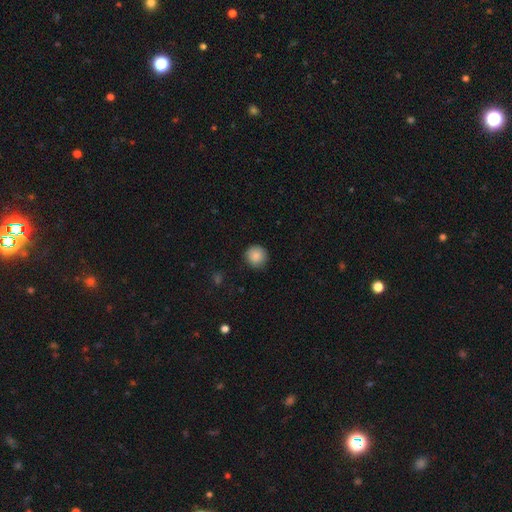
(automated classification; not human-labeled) Q: Smooth or featured?
A: smooth (87%); runner-up: star or artifact (9%)
Q: How rounded?
A: round (94%); runner-up: in between (5%)
Q: Merging?
A: none (88%); runner-up: minor disturbance (9%)